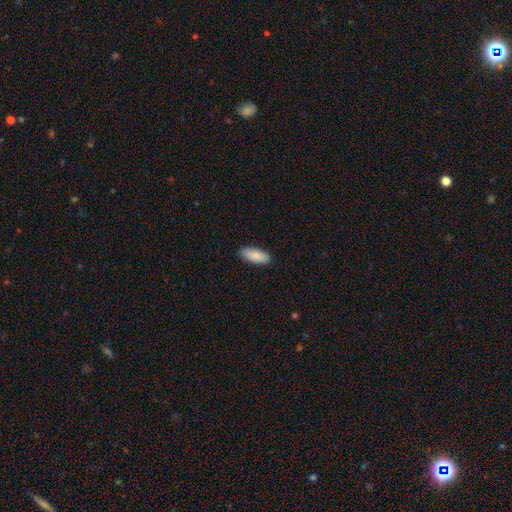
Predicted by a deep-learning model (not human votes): Smooth or featured?
  - smooth: 87% *
  - featured or disk: 8%
  - star or artifact: 6%
How rounded?
  - in between: 82% *
  - cigar-shaped: 16%
  - round: 2%
Merging?
  - none: 88% *
  - minor disturbance: 10%
  - major disturbance: 2%
  - merger: 1%